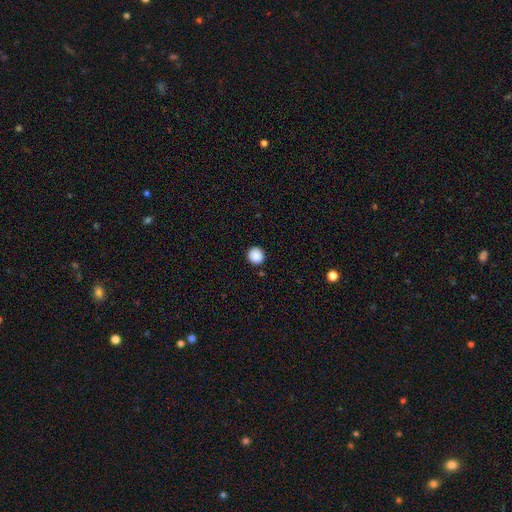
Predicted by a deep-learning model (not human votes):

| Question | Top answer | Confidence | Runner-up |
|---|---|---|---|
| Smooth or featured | smooth | 89% | star or artifact (9%) |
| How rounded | round | 93% | in between (6%) |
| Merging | none | 92% | minor disturbance (5%) |